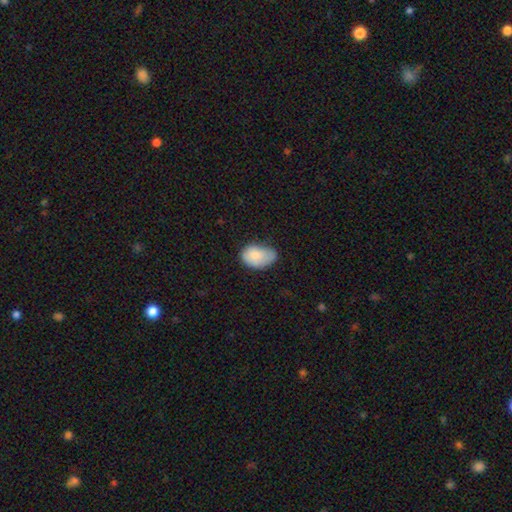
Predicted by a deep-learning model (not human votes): A smooth galaxy with no disk features (80%) that is in between round and cigar-shaped (86%). Merging: minor disturbance (43%).